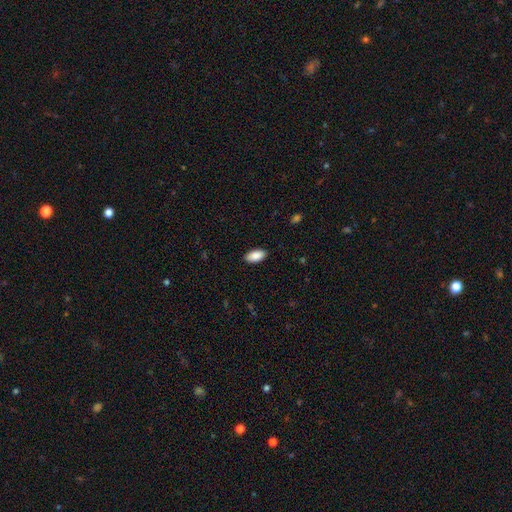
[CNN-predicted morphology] Smooth or featured? smooth (89%)
How rounded? in between (94%)
Merging? none (89%)